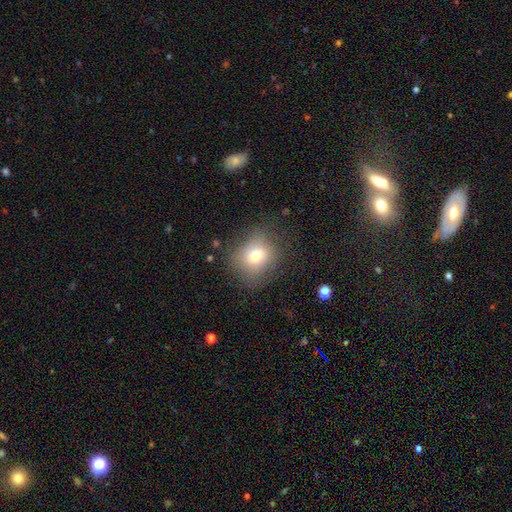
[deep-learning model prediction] Morphology: type=smooth (71%); roundness=round (71%); merging=none (72%).